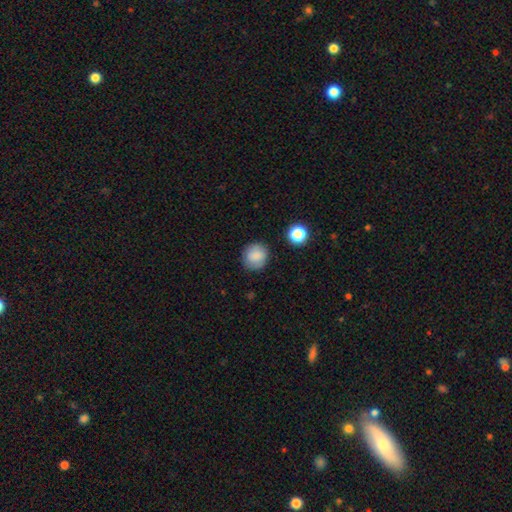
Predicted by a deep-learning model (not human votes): Smooth or featured?
  - smooth: 85% *
  - star or artifact: 9%
  - featured or disk: 6%
How rounded?
  - round: 87% *
  - in between: 12%
  - cigar-shaped: 1%
Merging?
  - none: 85% *
  - minor disturbance: 10%
  - major disturbance: 3%
  - merger: 2%